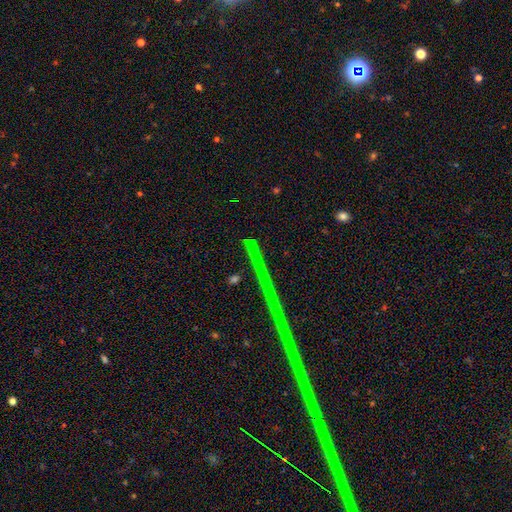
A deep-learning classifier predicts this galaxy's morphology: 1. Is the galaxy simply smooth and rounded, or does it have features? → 78% star or artifact, 13% featured or disk, 9% smooth.